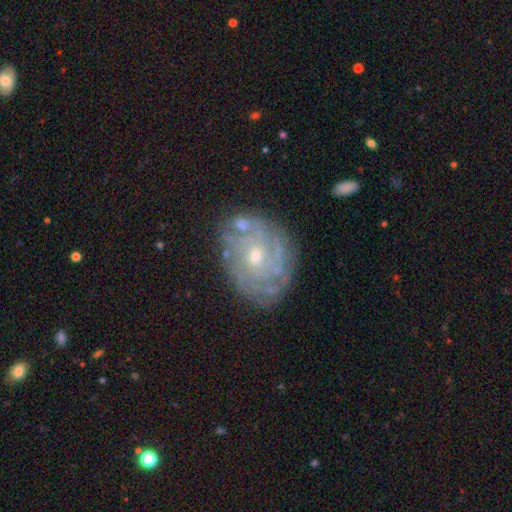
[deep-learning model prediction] This appears to be a featured or disk galaxy (81%) with no bar (74%), tight (71%) spiral arms (87%) and a small central bulge (57%). Merging: none (74%).